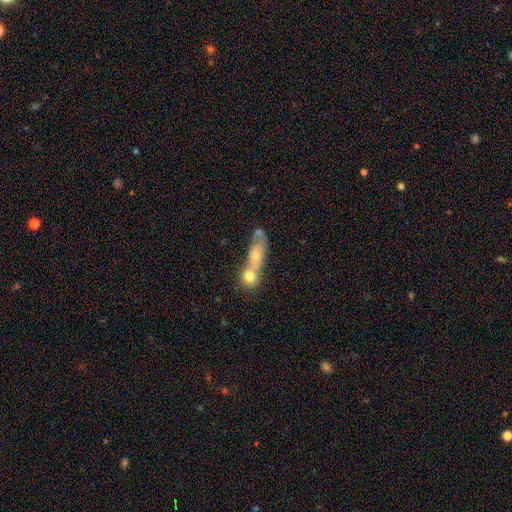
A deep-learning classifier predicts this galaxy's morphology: Smooth or featured?
  - smooth: 62% *
  - featured or disk: 29%
  - star or artifact: 9%
How rounded?
  - in between: 52% *
  - round: 26%
  - cigar-shaped: 23%
Merging?
  - merger: 66% *
  - none: 20%
  - minor disturbance: 8%
  - major disturbance: 6%